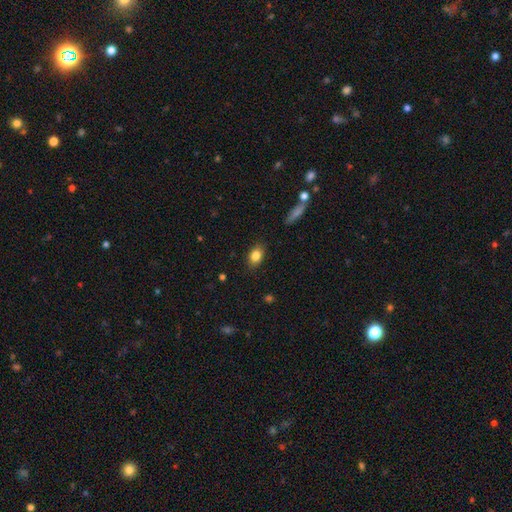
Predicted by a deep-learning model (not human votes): This appears to be a smooth galaxy with no disk features (83%) that is in between round and cigar-shaped (77%). Merging: none (85%).